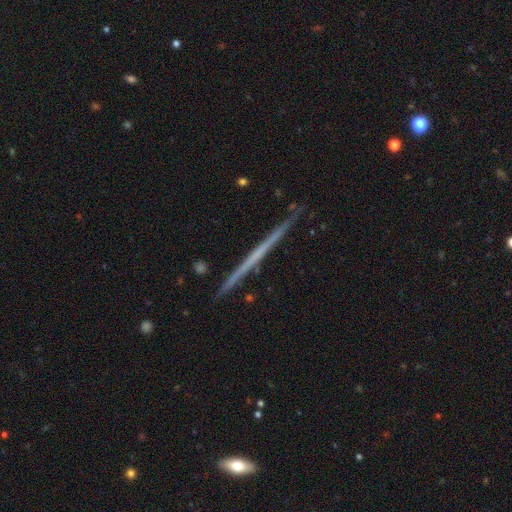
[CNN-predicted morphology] A featured or disk galaxy (65%) viewed edge-on (98%) with no central bulge (91%). Merging: none (91%).